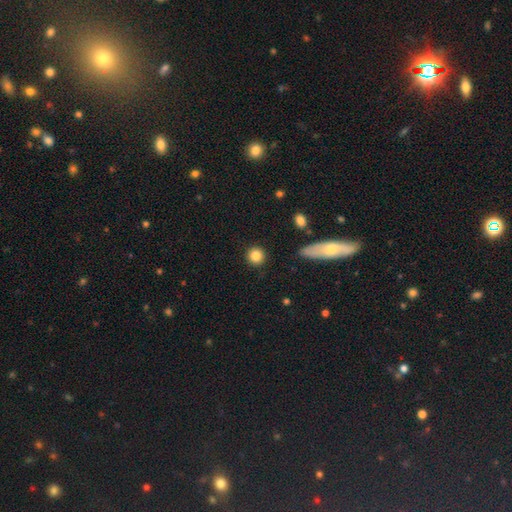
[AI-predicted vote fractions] Smooth or featured? smooth (85%)
How rounded? round (93%)
Merging? none (90%)